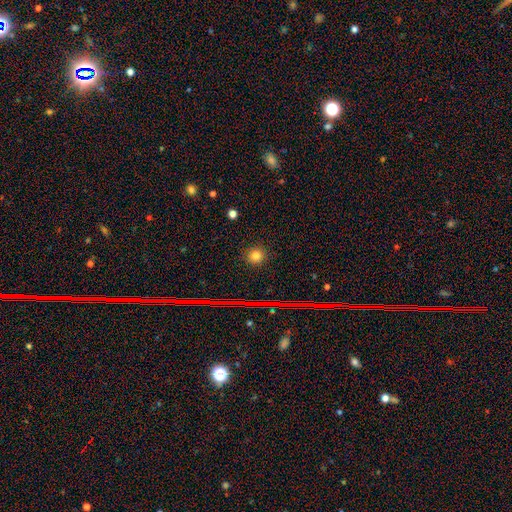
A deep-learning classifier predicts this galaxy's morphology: A smooth galaxy with no disk features (78%) that is round (92%). Merging: none (90%).